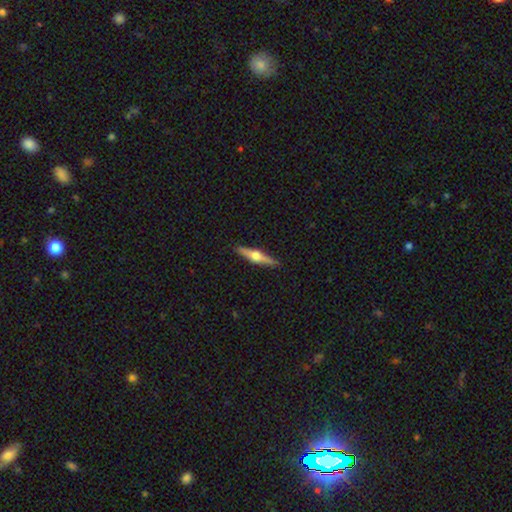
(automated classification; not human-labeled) The model was most divided on "smooth or featured": featured or disk: 67%, smooth: 28%, star or artifact: 5%. More confident: edge-on disk — yes (97%); edge-on bulge — rounded (95%); merging — none (90%).